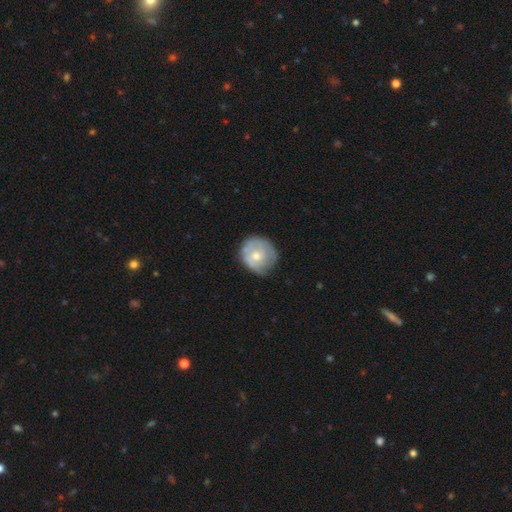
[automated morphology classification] Q: Smooth or featured?
A: featured or disk (51%); runner-up: smooth (44%)
Q: Edge-on disk?
A: no (97%); runner-up: yes (3%)
Q: Merging?
A: none (64%); runner-up: minor disturbance (26%)